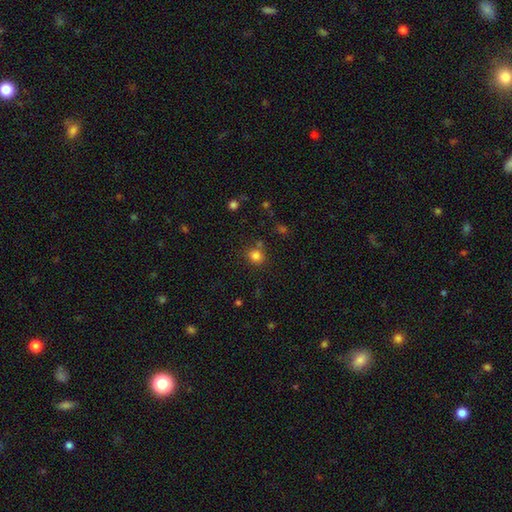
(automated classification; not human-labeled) smooth 80%, star or artifact 14%, featured or disk 6%. Down the decision tree: how rounded — round (77%); merging — none (75%).